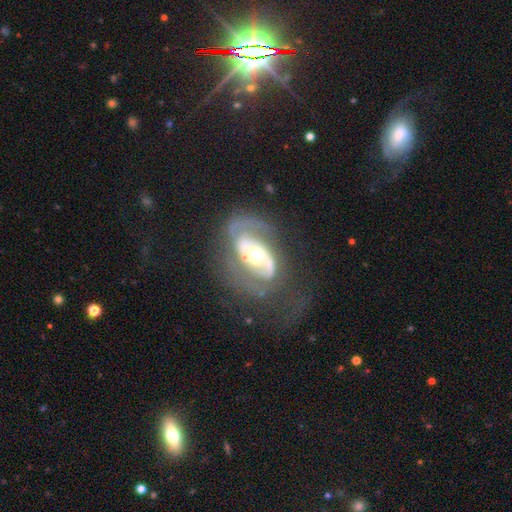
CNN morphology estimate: The model was most divided on "spiral winding": medium: 40%, tight: 38%, loose: 22%. Remaining: edge-on disk — no (96%); smooth or featured — featured or disk (83%); spiral arms — yes (79%); bulge size — moderate (67%); bar — no (62%); spiral arm count — 2 (60%); merging — none (49%).